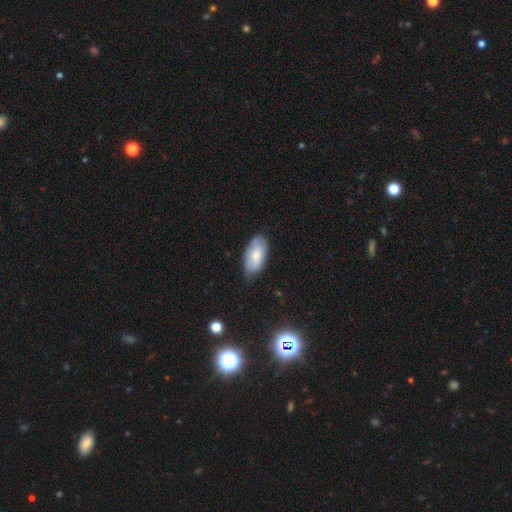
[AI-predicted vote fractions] Q: Smooth or featured?
A: smooth (71%); runner-up: featured or disk (23%)
Q: How rounded?
A: in between (94%); runner-up: cigar-shaped (4%)
Q: Merging?
A: none (71%); runner-up: minor disturbance (23%)